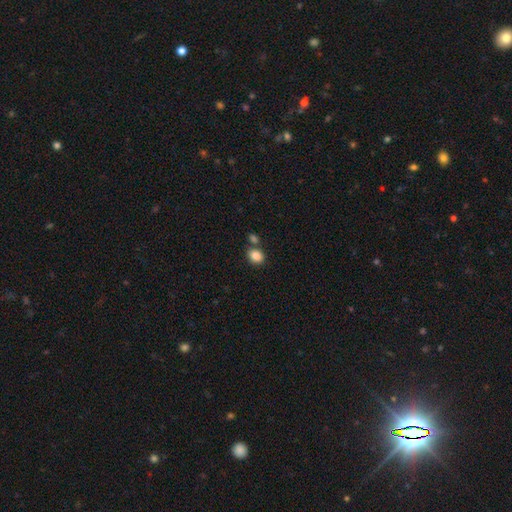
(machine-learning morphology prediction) Smooth or featured? smooth (86%)
How rounded? in between (59%)
Merging? none (63%)